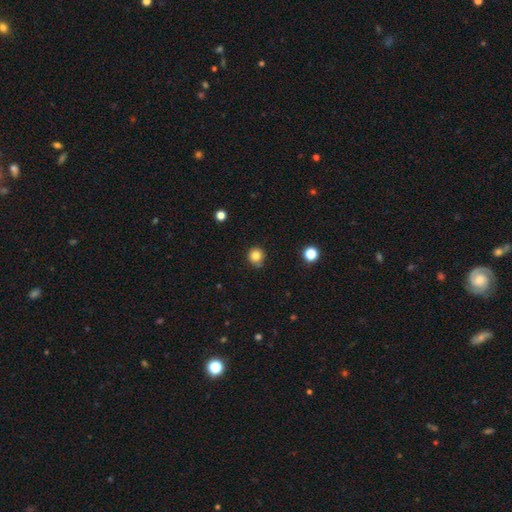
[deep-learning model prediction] Q: Smooth or featured?
A: smooth (82%); runner-up: star or artifact (12%)
Q: How rounded?
A: round (92%); runner-up: in between (7%)
Q: Merging?
A: none (81%); runner-up: minor disturbance (14%)